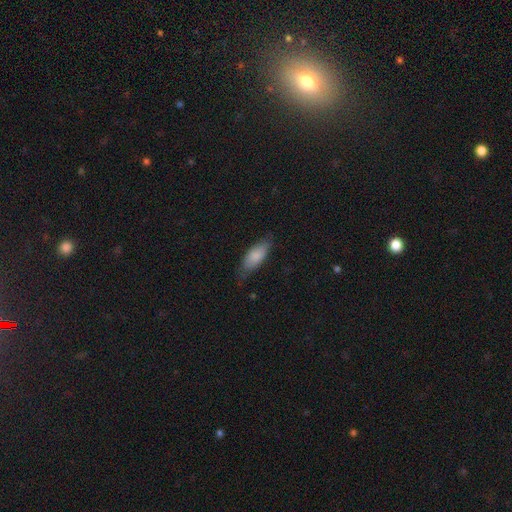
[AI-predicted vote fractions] The model was most divided on "merging": none: 69%, minor disturbance: 24%, major disturbance: 5%, merger: 1%. More confident: smooth or featured — smooth (82%); how rounded — in between (79%).